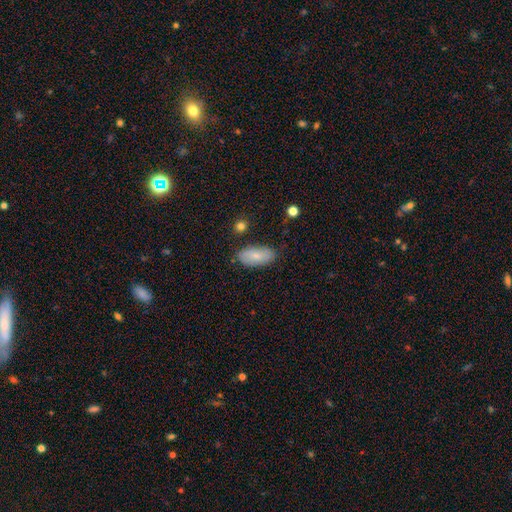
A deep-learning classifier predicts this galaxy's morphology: smooth 78%, featured or disk 16%, star or artifact 7%. Down the decision tree: how rounded — in between (91%); merging — none (80%).